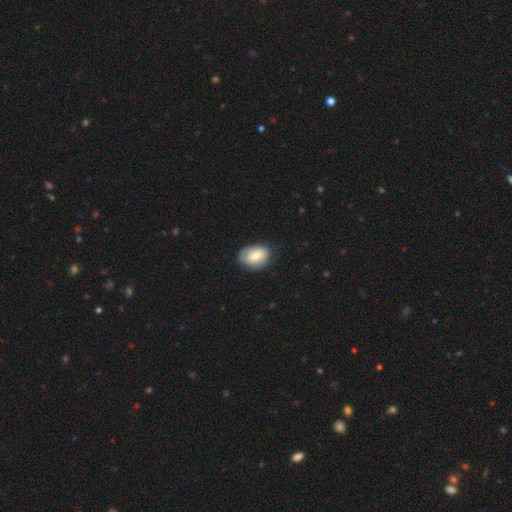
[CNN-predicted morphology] A smooth galaxy with no disk features (62%) that is in between round and cigar-shaped (80%).

Vote fractions:
- Smooth or featured? smooth: 62% / featured or disk: 31% / star or artifact: 7%
- How rounded? in between: 80% / round: 19% / cigar-shaped: 1%
- Merging? none: 70% / minor disturbance: 23% / major disturbance: 6% / merger: 1%